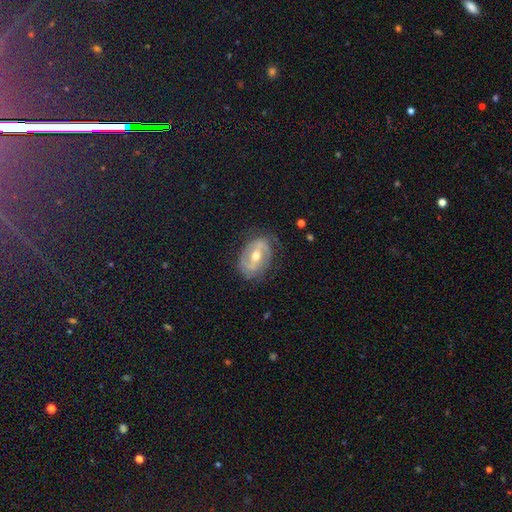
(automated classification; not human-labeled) A featured or disk galaxy (76%) with a strong bar (41%), 2 (73%) tight (39%) spiral arms (75%) and a moderate central bulge (74%). Merging: none (73%).